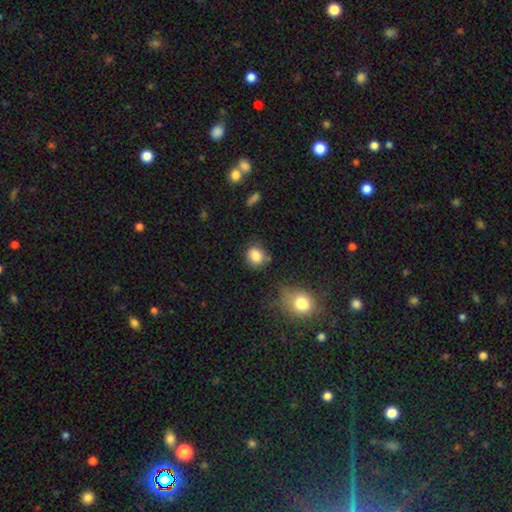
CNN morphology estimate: Q: Smooth or featured?
A: smooth (84%); runner-up: star or artifact (9%)
Q: How rounded?
A: round (69%); runner-up: in between (30%)
Q: Merging?
A: none (71%); runner-up: minor disturbance (18%)